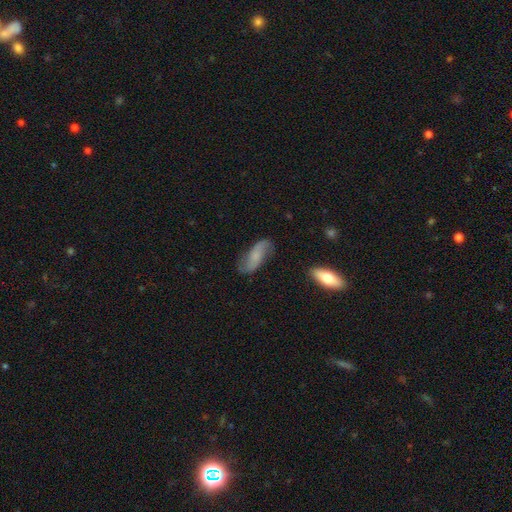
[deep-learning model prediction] featured or disk 54%, smooth 38%, star or artifact 8%. Down the decision tree: edge-on disk — no (91%); merging — none (72%).